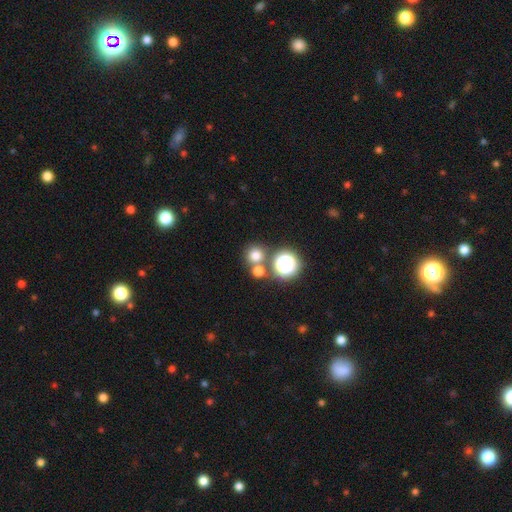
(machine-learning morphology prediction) A smooth galaxy with no disk features (71%) that is round (92%). Merging: none (66%).